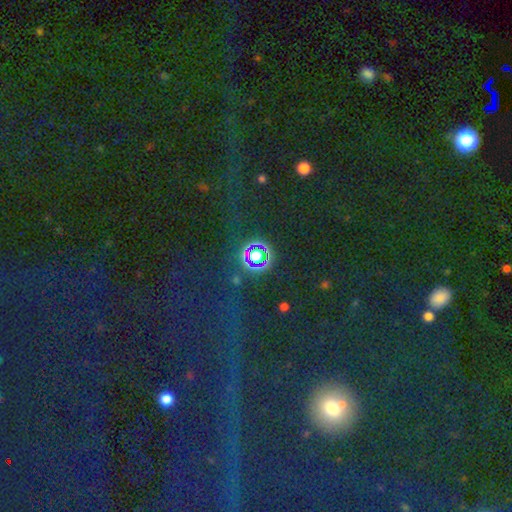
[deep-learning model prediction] The model was most divided on "smooth or featured": star or artifact: 69%, smooth: 21%, featured or disk: 10%.